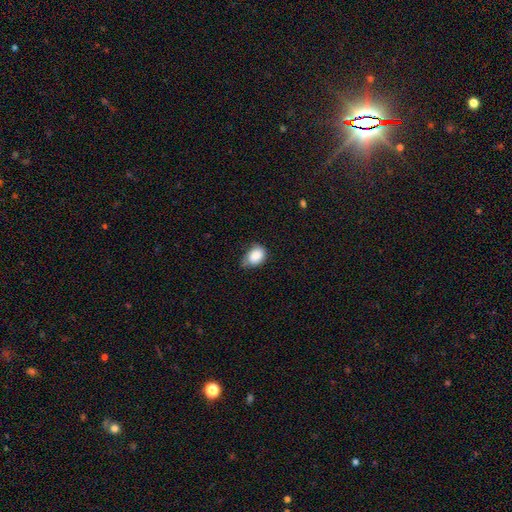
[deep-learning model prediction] This appears to be a smooth galaxy with no disk features (86%) that is in between round and cigar-shaped (67%). Merging: minor disturbance (44%, tied with none).